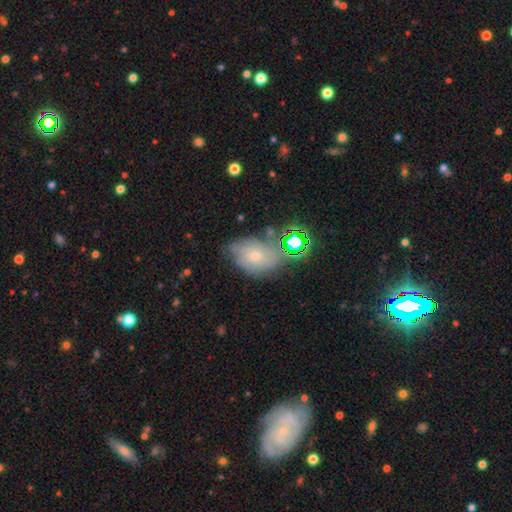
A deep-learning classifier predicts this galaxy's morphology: Smooth or featured: smooth — 45% (featured or disk — 33%)
Merging: none — 51% (minor disturbance — 29%)